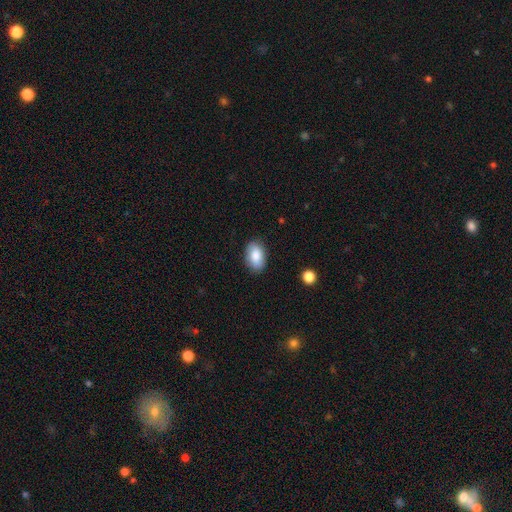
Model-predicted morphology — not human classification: smooth_or_featured: smooth (p=0.86) [alt: featured or disk p=0.08]
how_rounded: in between (p=0.90) [alt: round p=0.08]
merging: none (p=0.85) [alt: minor disturbance p=0.12]